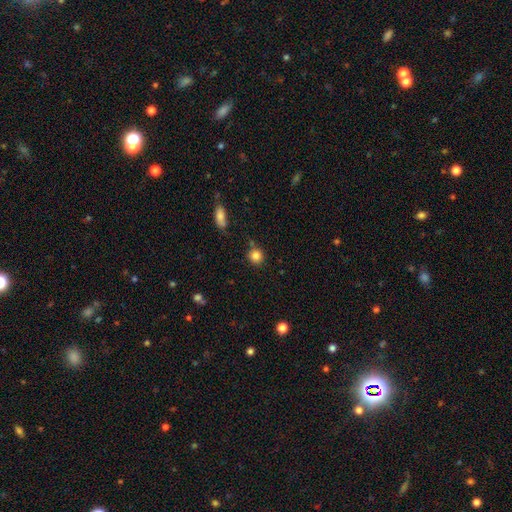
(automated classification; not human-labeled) Smooth or featured: smooth — 84% (star or artifact — 11%)
How rounded: round — 90% (in between — 9%)
Merging: none — 80% (minor disturbance — 10%)